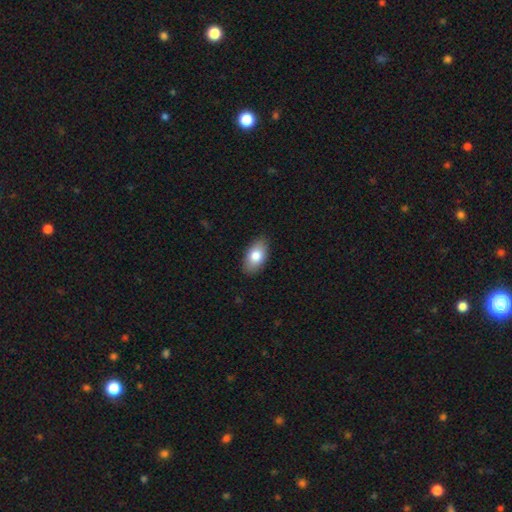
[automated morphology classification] smooth_or_featured: smooth (p=0.80) [alt: featured or disk p=0.13]
how_rounded: in between (p=0.93) [alt: round p=0.05]
merging: none (p=0.87) [alt: minor disturbance p=0.10]